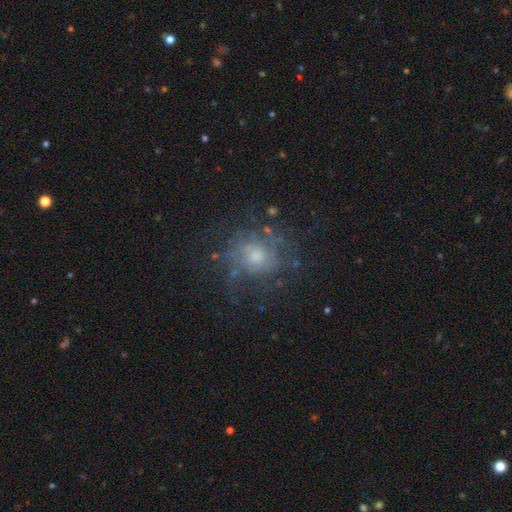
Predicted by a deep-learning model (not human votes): smooth_or_featured: featured or disk (p=0.53) [alt: smooth p=0.32]
disk_edge_on: no (p=0.97) [alt: yes p=0.03]
bar: no (p=0.81) [alt: weak p=0.16]
has_spiral_arms: yes (p=0.59) [alt: no p=0.41]
bulge_size: moderate (p=0.51) [alt: small p=0.34]
merging: none (p=0.62) [alt: minor disturbance p=0.18]